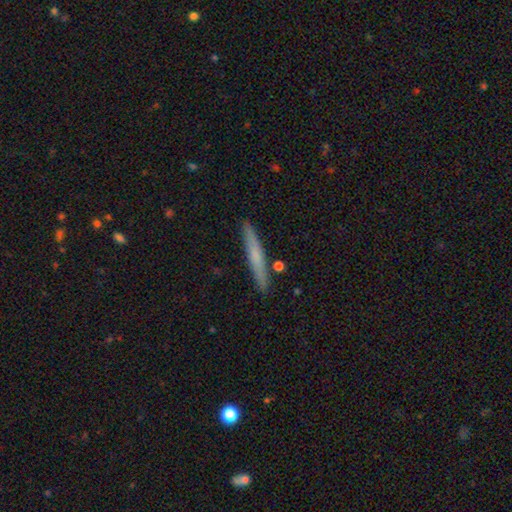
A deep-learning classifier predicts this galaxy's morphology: This is possibly a smooth galaxy (57%). How rounded: clearly cigar-shaped (96%). Merging: clearly none (89%).